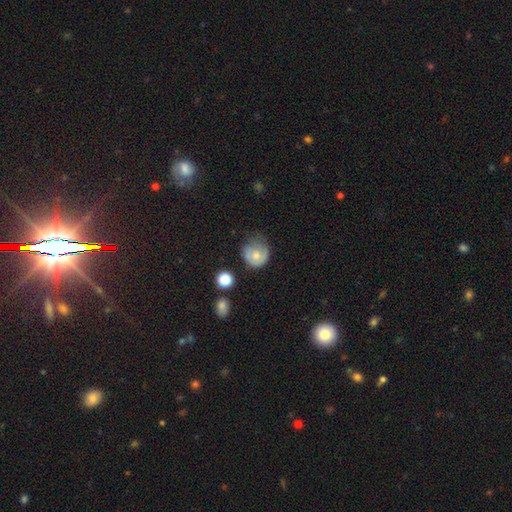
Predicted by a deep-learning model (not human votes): Smooth or featured?
  - smooth: 56% *
  - featured or disk: 35%
  - star or artifact: 8%
How rounded?
  - round: 78% *
  - in between: 21%
  - cigar-shaped: 1%
Merging?
  - none: 46% *
  - minor disturbance: 34%
  - major disturbance: 17%
  - merger: 3%